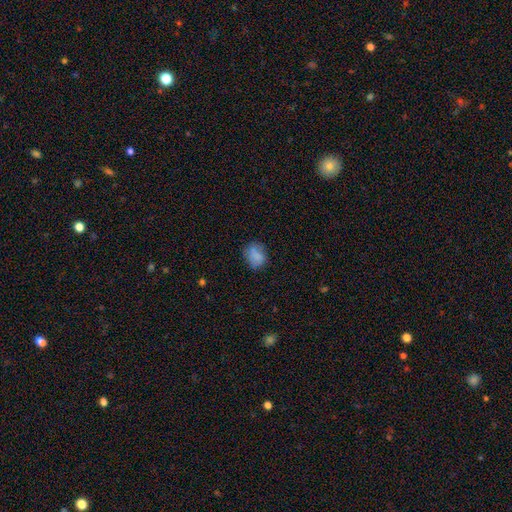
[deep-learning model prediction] A smooth galaxy with no disk features (77%) that is in between round and cigar-shaped (54%). Merging: none (67%).